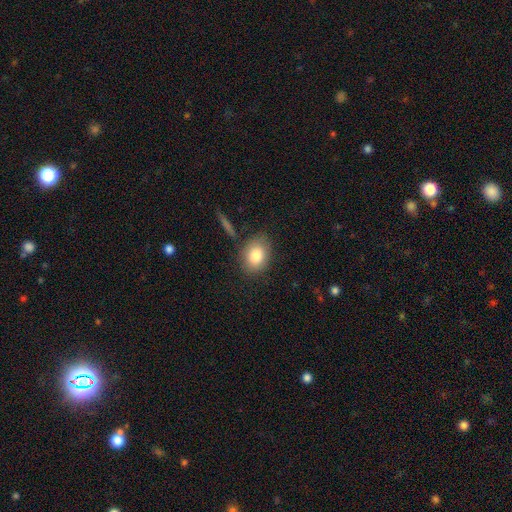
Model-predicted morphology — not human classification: Smooth or featured? smooth (82%)
How rounded? in between (65%)
Merging? none (78%)